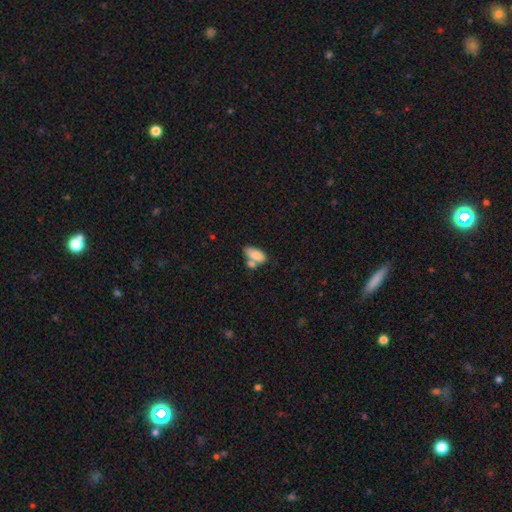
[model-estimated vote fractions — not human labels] Morphology: type=smooth (82%); roundness=in between (90%); merging=merger (45%).